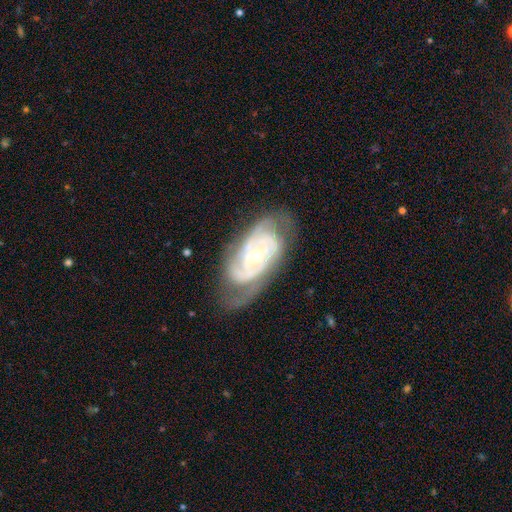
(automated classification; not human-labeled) Smooth or featured?
  - featured or disk: 90% *
  - smooth: 6%
  - star or artifact: 5%
Edge-on disk?
  - no: 96% *
  - yes: 4%
Bar?
  - no: 51% *
  - weak: 35%
  - strong: 14%
Spiral arms?
  - yes: 97% *
  - no: 3%
Spiral winding?
  - tight: 67% *
  - medium: 28%
  - loose: 5%
Spiral arm count?
  - 2: 42% *
  - 3: 29%
  - can't tell: 15%
  - 4: 7%
  - 1: 4%
  - more than 4: 4%
Bulge size?
  - small: 55% *
  - moderate: 42%
  - large: 1%
  - none: 1%
  - dominant: 1%
Merging?
  - none: 69% *
  - minor disturbance: 21%
  - major disturbance: 9%
  - merger: 1%